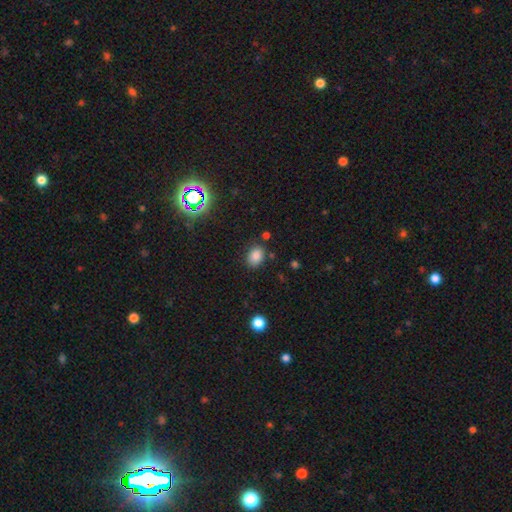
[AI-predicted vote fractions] smooth_or_featured: smooth (p=0.81) [alt: star or artifact p=0.14]
how_rounded: in between (p=0.71) [alt: round p=0.28]
merging: none (p=0.80) [alt: minor disturbance p=0.13]